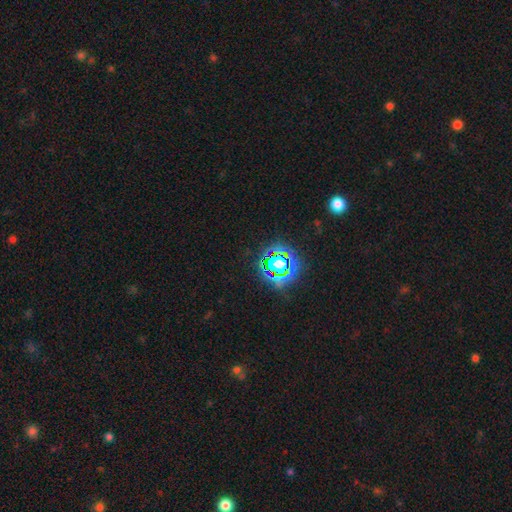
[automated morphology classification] Smooth or featured? star or artifact (80%)